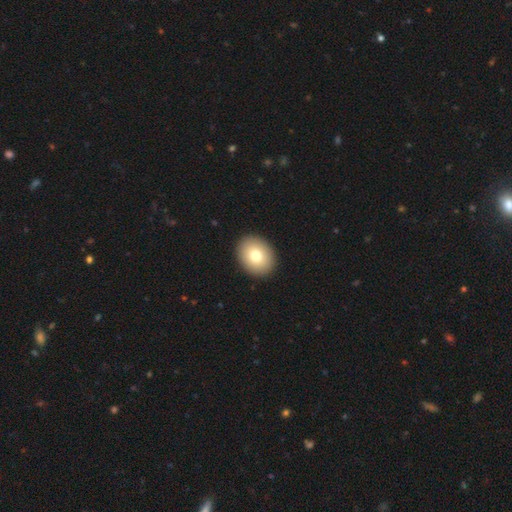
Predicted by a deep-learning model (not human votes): Smooth or featured? Predicted: smooth (p=0.77). How rounded? Predicted: round (p=0.51). Merging? Predicted: none (p=0.92).